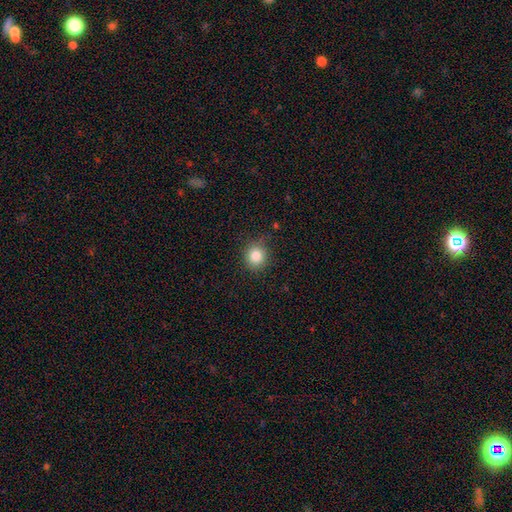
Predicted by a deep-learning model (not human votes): The model was most divided on "merging": none: 82%, minor disturbance: 14%, major disturbance: 3%, merger: 1%. More confident: how rounded — round (89%); smooth or featured — smooth (83%).